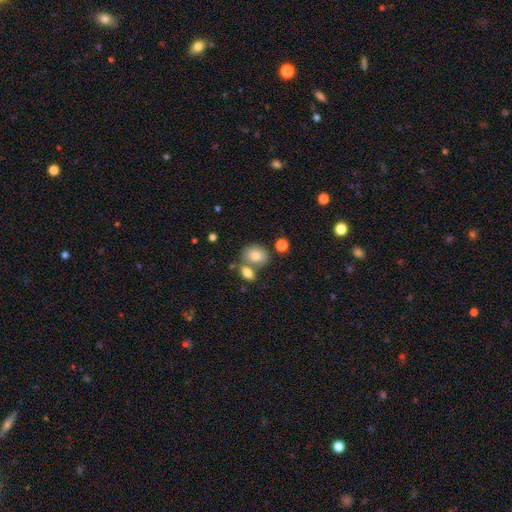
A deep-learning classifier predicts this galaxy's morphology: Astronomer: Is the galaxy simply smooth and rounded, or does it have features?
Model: smooth — 80%.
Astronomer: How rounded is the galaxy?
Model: in between — 68%.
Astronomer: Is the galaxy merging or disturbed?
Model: none — 50% (runner-up: merger, 33%).